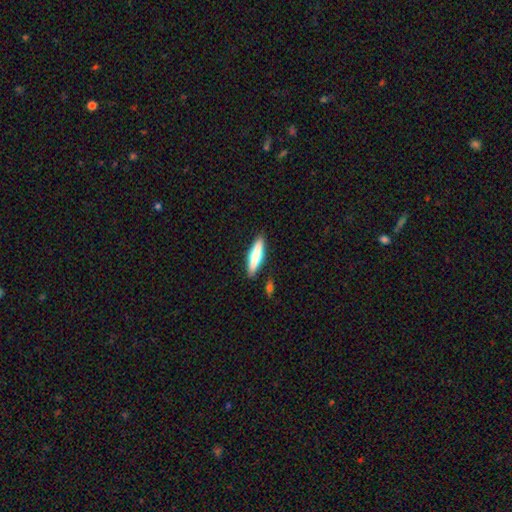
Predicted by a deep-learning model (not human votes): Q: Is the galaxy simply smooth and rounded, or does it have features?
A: smooth — 62%.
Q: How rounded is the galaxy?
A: cigar-shaped — 74%.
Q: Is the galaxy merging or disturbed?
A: none — 87%.